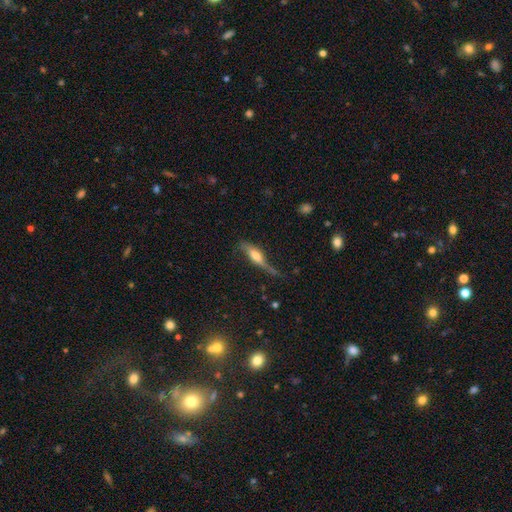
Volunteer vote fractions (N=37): Smooth or featured?
  - featured or disk: 68% *
  - smooth: 30%
  - star or artifact: 3%
Edge-on disk?
  - yes: 60% *
  - no: 40%
Edge-on bulge?
  - rounded: 87% *
  - boxy: 13%
  - none: 0%
Merging?
  - minor disturbance: 42% *
  - major disturbance: 31%
  - none: 22%
  - merger: 6%